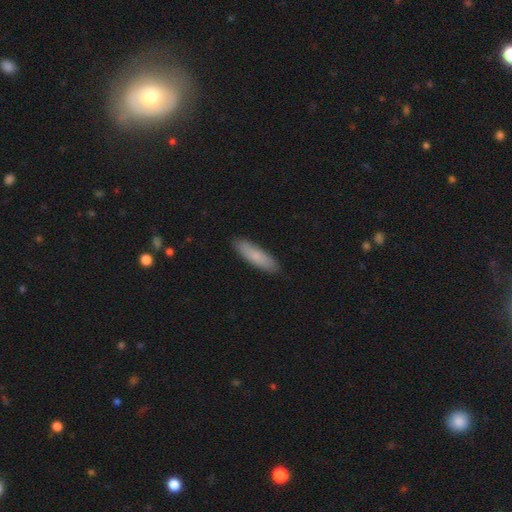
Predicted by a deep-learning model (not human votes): The model was most divided on "how rounded": cigar-shaped: 67%, in between: 31%, round: 1%. More confident: merging — none (89%); smooth or featured — smooth (81%).